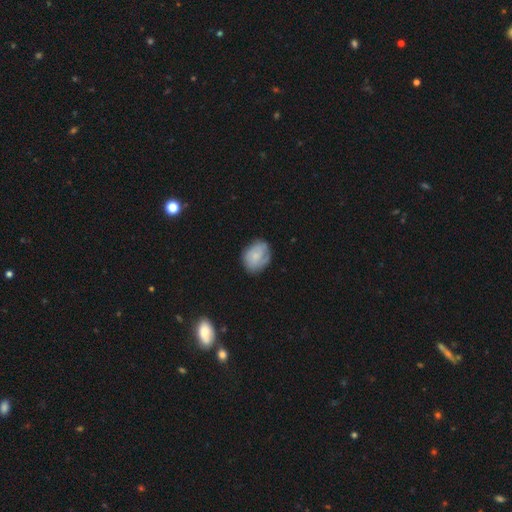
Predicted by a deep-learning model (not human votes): The model was most divided on "how rounded": in between: 58%, round: 41%, cigar-shaped: 1%. More confident: merging — none (66%); smooth or featured — smooth (61%).